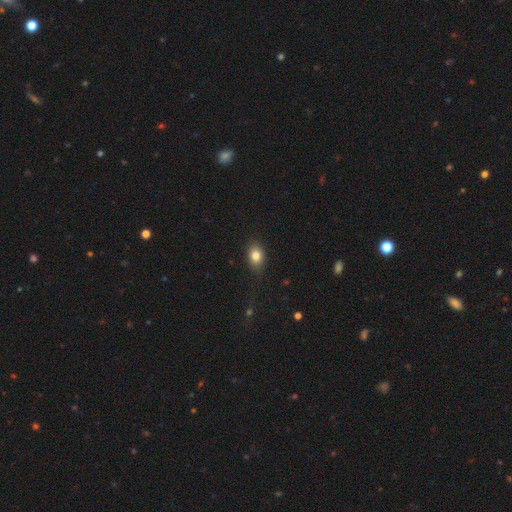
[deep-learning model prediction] Overall: smooth (82%). How rounded: in between (68%; round 30%). Merging: none (78%).